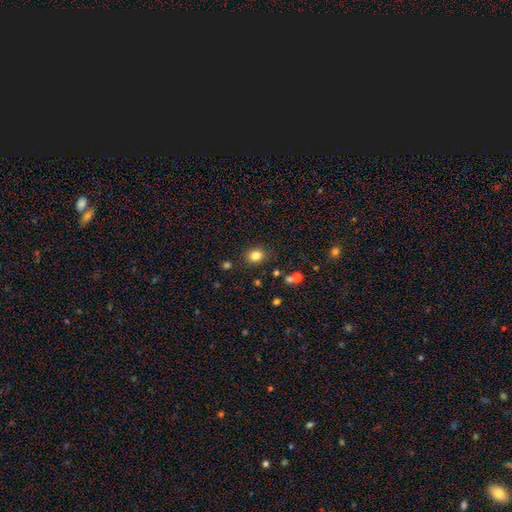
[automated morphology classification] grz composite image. It shows a smooth galaxy with no disk features (82%) that is round (60%). Merging: none (84%).